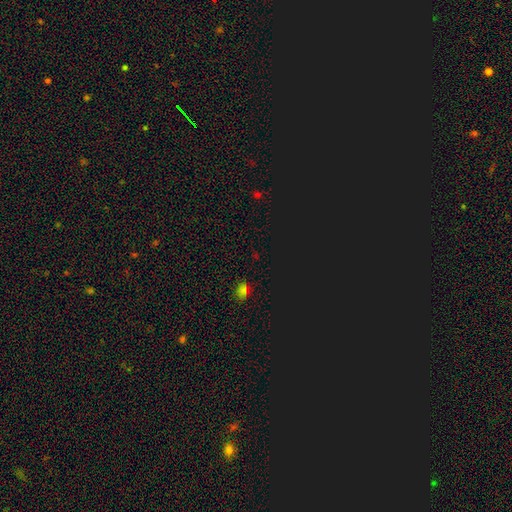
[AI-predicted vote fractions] Overall: star or artifact (70%).